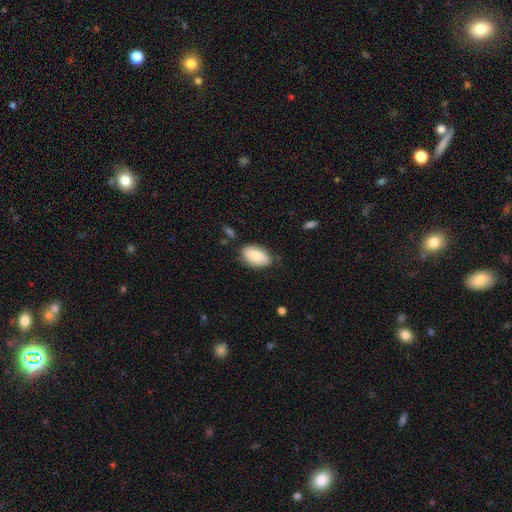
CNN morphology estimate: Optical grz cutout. It shows a smooth galaxy with no disk features (83%) that is in between round and cigar-shaped (93%). Merging: none (78%).